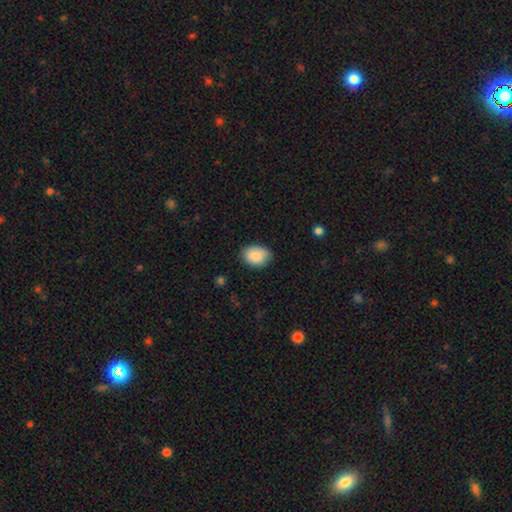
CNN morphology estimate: This is clearly a smooth galaxy (86%). How rounded: likely in between (75%). Merging: likely none (80%).